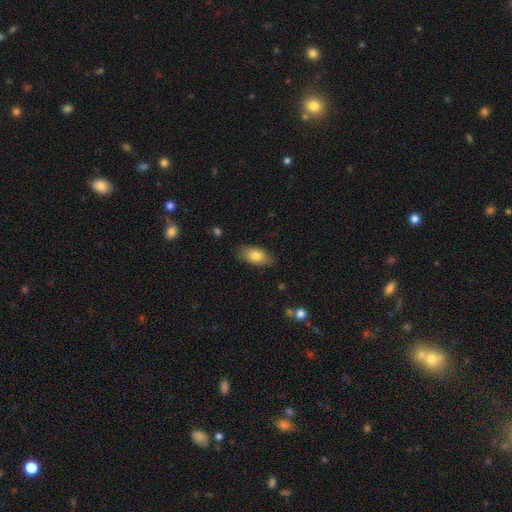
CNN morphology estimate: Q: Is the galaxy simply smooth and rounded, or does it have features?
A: smooth — 81%.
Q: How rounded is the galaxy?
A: in between — 91%.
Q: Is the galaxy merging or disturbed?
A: none — 83%.